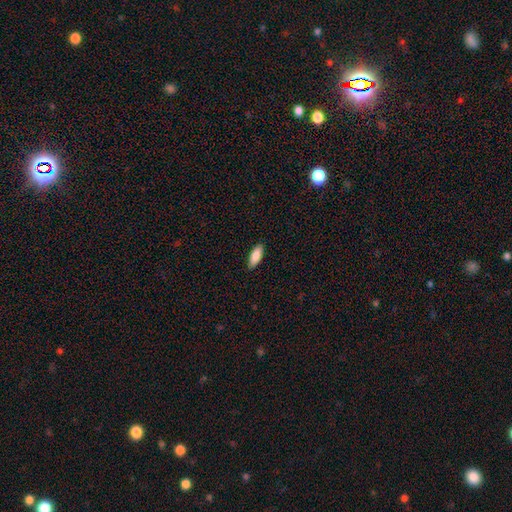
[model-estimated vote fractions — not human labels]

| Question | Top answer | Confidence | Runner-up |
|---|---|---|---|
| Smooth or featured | smooth | 86% | featured or disk (8%) |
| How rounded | in between | 72% | cigar-shaped (26%) |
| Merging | none | 88% | minor disturbance (9%) |